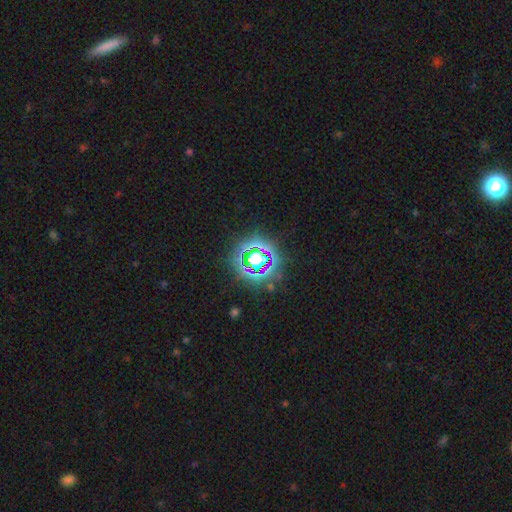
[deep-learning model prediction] The model was most divided on "smooth or featured": star or artifact: 68%, smooth: 20%, featured or disk: 12%.